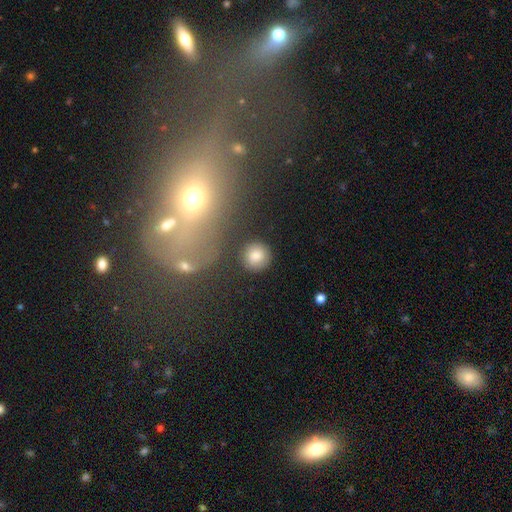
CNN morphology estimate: smooth 81%, star or artifact 10%, featured or disk 9%. Down the decision tree: how rounded — round (90%); merging — none (85%).